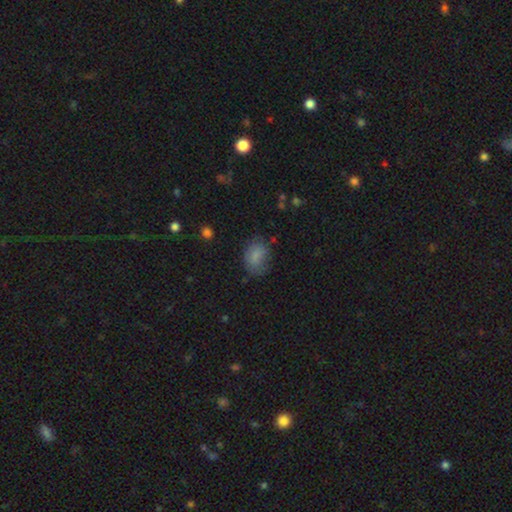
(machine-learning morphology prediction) A smooth galaxy with no disk features (78%) that is in between round and cigar-shaped (71%). Merging: none (60%).